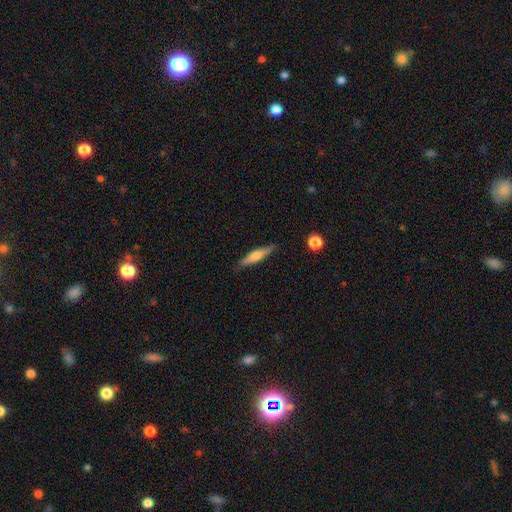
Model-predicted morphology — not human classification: type=smooth (52%); roundness=cigar-shaped (86%); merging=none (87%).